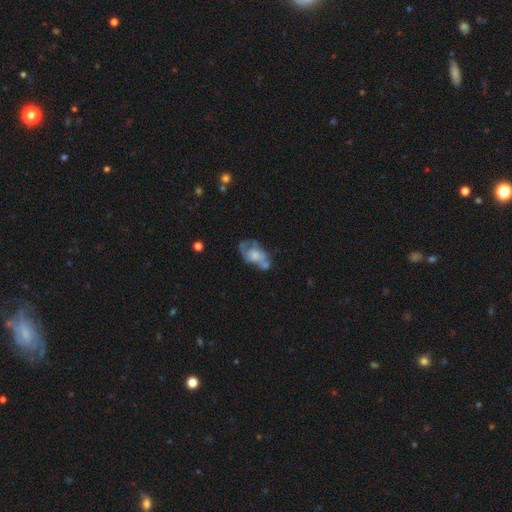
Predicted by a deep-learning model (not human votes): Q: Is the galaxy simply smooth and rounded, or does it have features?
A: featured or disk — 53%.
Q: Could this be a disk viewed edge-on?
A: no — 95%.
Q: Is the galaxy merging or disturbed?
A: none — 32%.